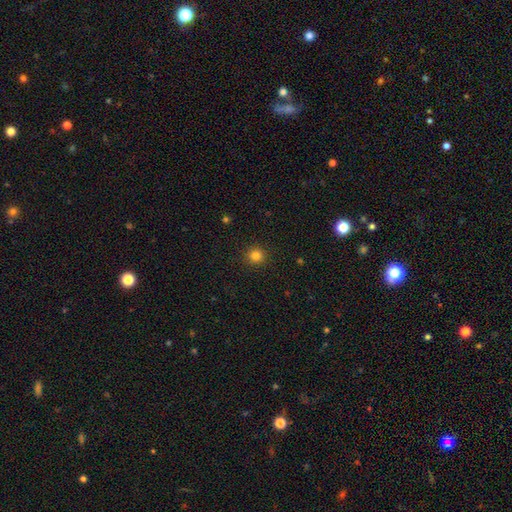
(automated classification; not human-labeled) Smooth or featured? Predicted: smooth (p=0.83). How rounded? Predicted: round (p=0.93). Merging? Predicted: none (p=0.92).